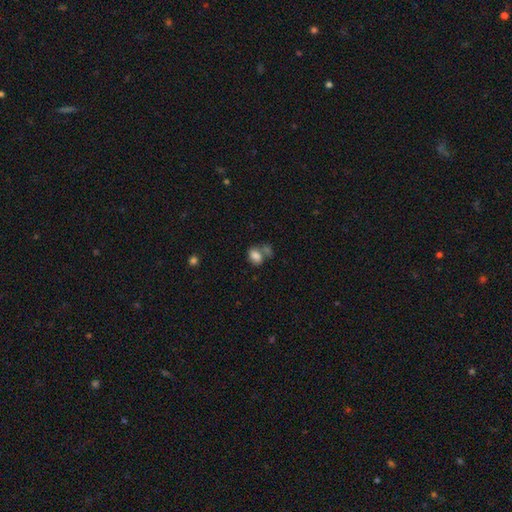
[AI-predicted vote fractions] Smooth or featured: smooth — 81% (star or artifact — 10%)
How rounded: in between — 78% (round — 20%)
Merging: merger — 42% (none — 37%)